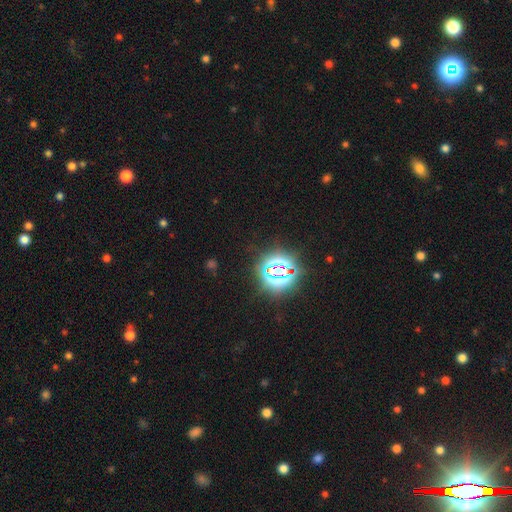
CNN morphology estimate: type=star or artifact (84%).